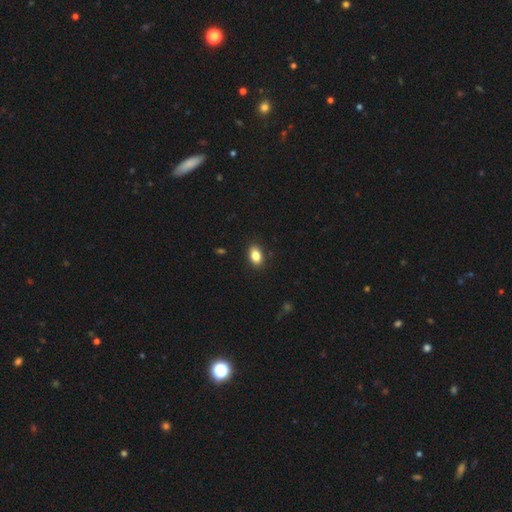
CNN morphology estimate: smooth_or_featured: smooth (p=0.84) [alt: star or artifact p=0.09]
how_rounded: in between (p=0.87) [alt: round p=0.11]
merging: none (p=0.89) [alt: minor disturbance p=0.08]